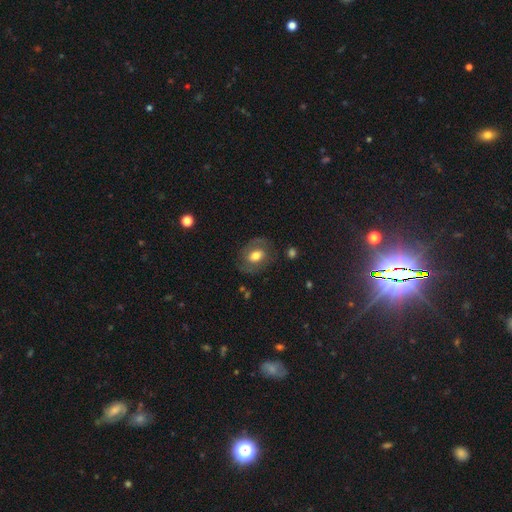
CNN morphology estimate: A smooth galaxy with no disk features (46%). Merging: none (73%).